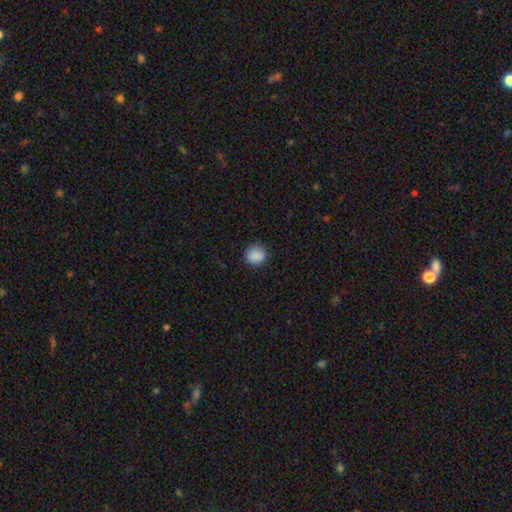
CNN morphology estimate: smooth-or-featured: smooth: 88% | star or artifact: 9% | featured or disk: 3%
  how-rounded: round: 84% | in between: 15% | cigar-shaped: 1%
  merging: none: 86% | minor disturbance: 11% | major disturbance: 3% | merger: 1%